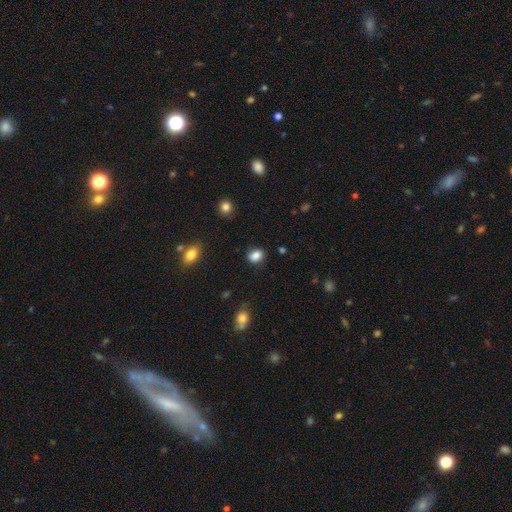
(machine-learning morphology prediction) Smooth or featured: smooth — 85% (star or artifact — 10%)
How rounded: in between — 60% (round — 39%)
Merging: none — 81% (minor disturbance — 13%)